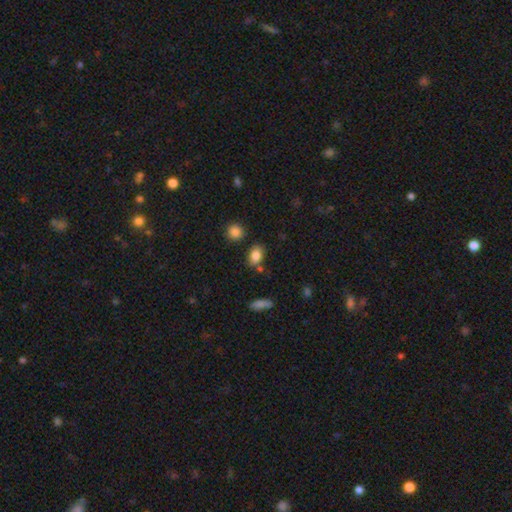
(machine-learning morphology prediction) This is clearly a smooth galaxy (84%). How rounded: likely in between (78%). Merging: likely none (77%).